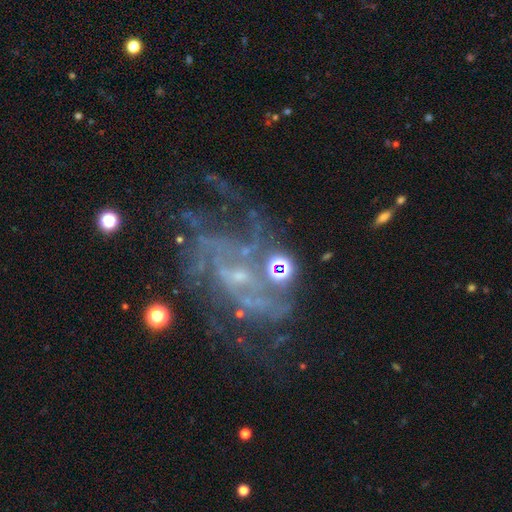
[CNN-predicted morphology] Overall: featured or disk (78%). Edge-on disk: no (97%). Bar: no (50%; weak 36%). Spiral arms: yes (89%). Spiral arm count: can't tell (33%; 2 16%). Spiral winding: tight (40%, tied with medium). Bulge size: small (70%). Merging: none (57%; major disturbance 20%).